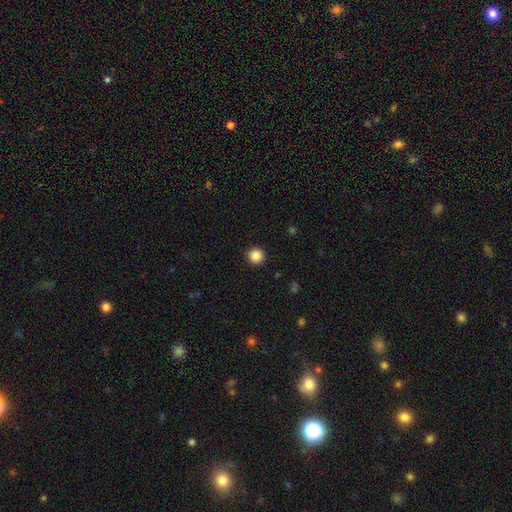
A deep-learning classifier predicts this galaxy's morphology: Q: Smooth or featured?
A: smooth (87%); runner-up: star or artifact (10%)
Q: How rounded?
A: round (96%); runner-up: in between (3%)
Q: Merging?
A: none (93%); runner-up: minor disturbance (4%)